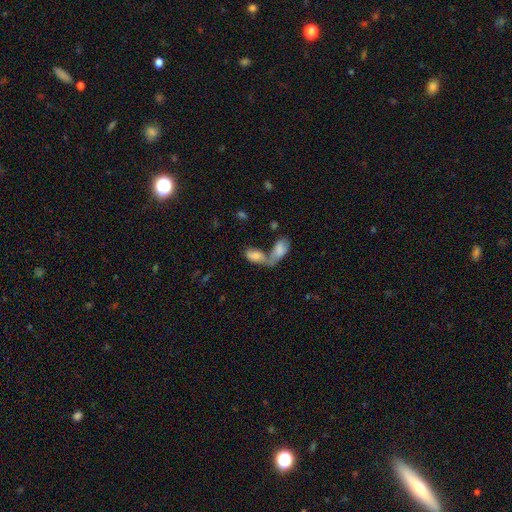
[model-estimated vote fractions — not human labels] This appears to be a smooth galaxy with no disk features (71%) that is in between round and cigar-shaped (89%). Merging: merger (68%).